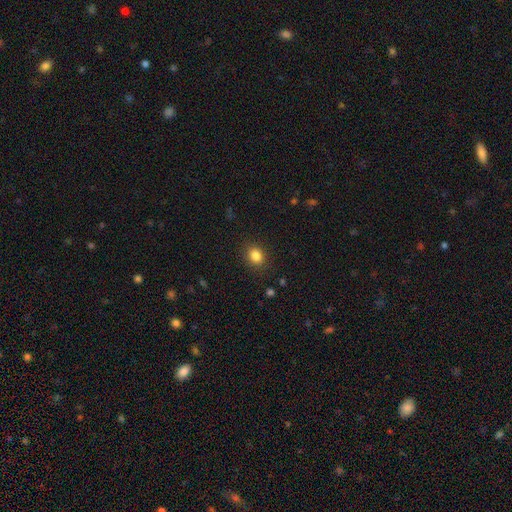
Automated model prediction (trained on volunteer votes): Smooth or featured? Predicted: smooth (p=0.85). How rounded? Predicted: round (p=0.59). Merging? Predicted: none (p=0.88).